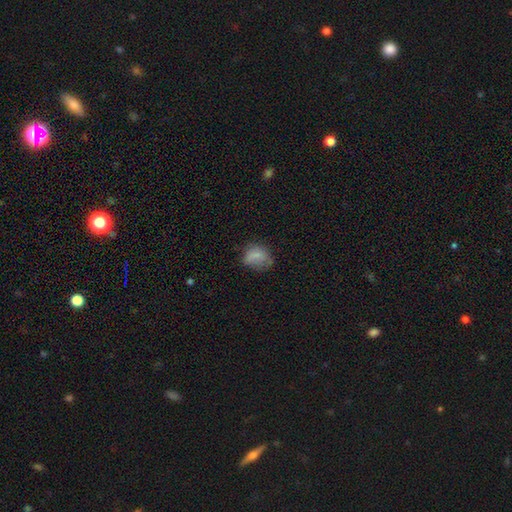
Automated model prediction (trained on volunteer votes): This appears to be a smooth galaxy with no disk features (76%) that is round (53%). Merging: none (53%).